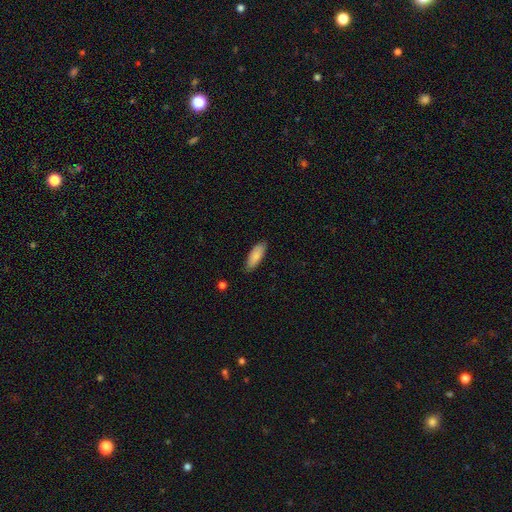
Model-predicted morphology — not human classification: This appears to be a smooth galaxy with no disk features (86%) that is in between round and cigar-shaped (67%). Merging: none (84%).